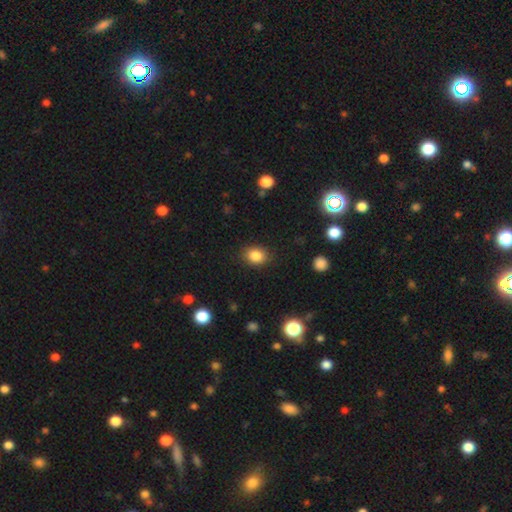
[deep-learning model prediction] smooth_or_featured: smooth (p=0.84) [alt: star or artifact p=0.10]
how_rounded: in between (p=0.56) [alt: round p=0.43]
merging: none (p=0.86) [alt: minor disturbance p=0.10]